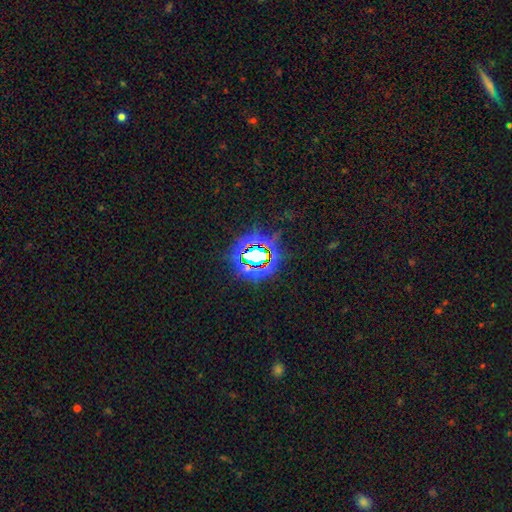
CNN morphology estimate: The model was most divided on "smooth or featured": star or artifact: 75%, smooth: 15%, featured or disk: 10%.